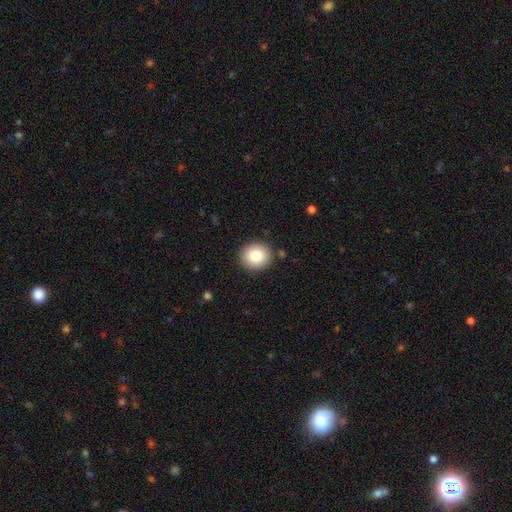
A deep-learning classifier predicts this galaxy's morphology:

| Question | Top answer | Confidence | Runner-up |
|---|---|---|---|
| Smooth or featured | smooth | 82% | star or artifact (9%) |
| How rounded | round | 86% | in between (13%) |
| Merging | none | 90% | minor disturbance (7%) |